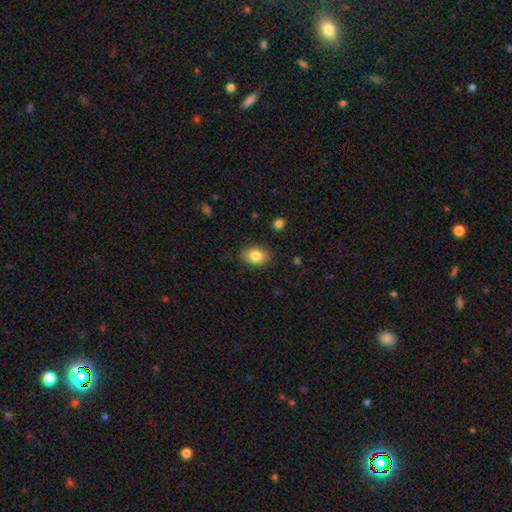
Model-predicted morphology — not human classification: Overall: smooth (85%). How rounded: in between (75%). Merging: none (84%).